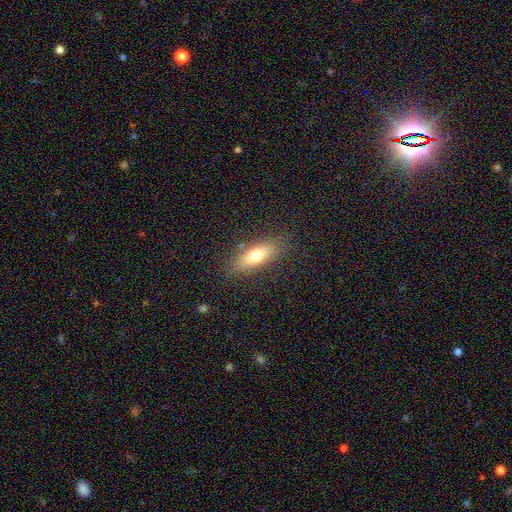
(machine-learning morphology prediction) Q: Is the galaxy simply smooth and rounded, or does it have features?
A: smooth — 66%.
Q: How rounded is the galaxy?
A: in between — 60%.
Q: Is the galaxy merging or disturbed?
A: none — 82%.